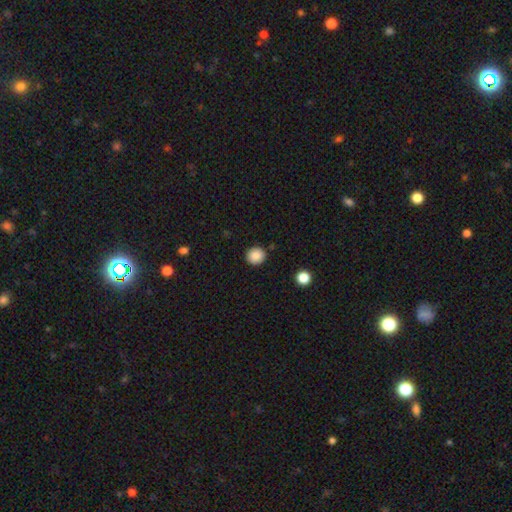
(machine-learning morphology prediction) Smooth or featured: smooth — 87% (star or artifact — 9%)
How rounded: round — 86% (in between — 13%)
Merging: none — 90% (minor disturbance — 7%)